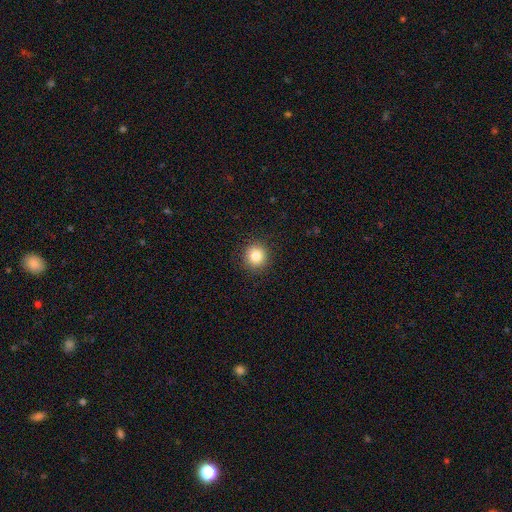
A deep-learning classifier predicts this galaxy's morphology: Overall: smooth (83%). How rounded: round (93%). Merging: none (92%).